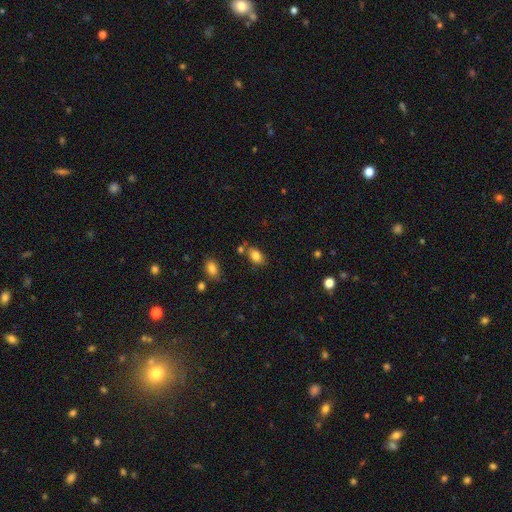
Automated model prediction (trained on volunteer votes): Smooth or featured?
  - smooth: 82% *
  - star or artifact: 9%
  - featured or disk: 9%
How rounded?
  - in between: 86% *
  - round: 12%
  - cigar-shaped: 2%
Merging?
  - none: 71% *
  - minor disturbance: 15%
  - merger: 10%
  - major disturbance: 4%